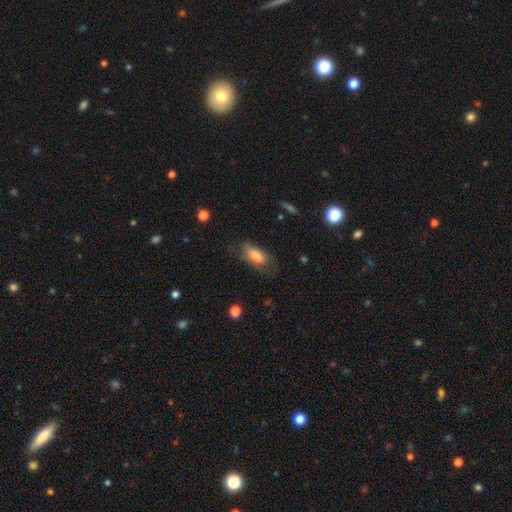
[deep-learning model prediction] smooth-or-featured: smooth: 75% | featured or disk: 18% | star or artifact: 8%
  how-rounded: in between: 85% | cigar-shaped: 11% | round: 3%
  merging: none: 59% | minor disturbance: 25% | major disturbance: 14% | merger: 2%